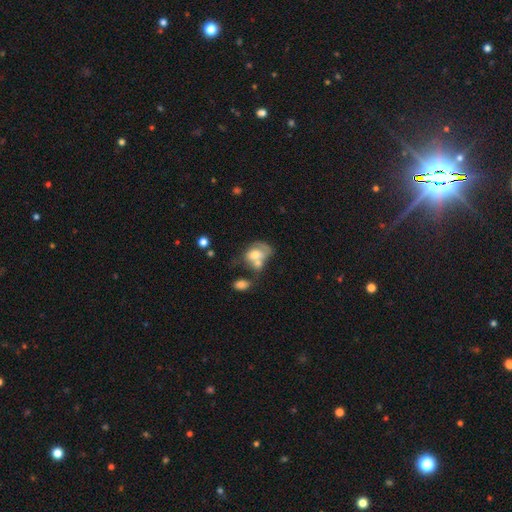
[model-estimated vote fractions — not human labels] smooth_or_featured: smooth (p=0.53) [alt: featured or disk p=0.38]
how_rounded: in between (p=0.68) [alt: round p=0.31]
merging: merger (p=0.51) [alt: major disturbance p=0.18]